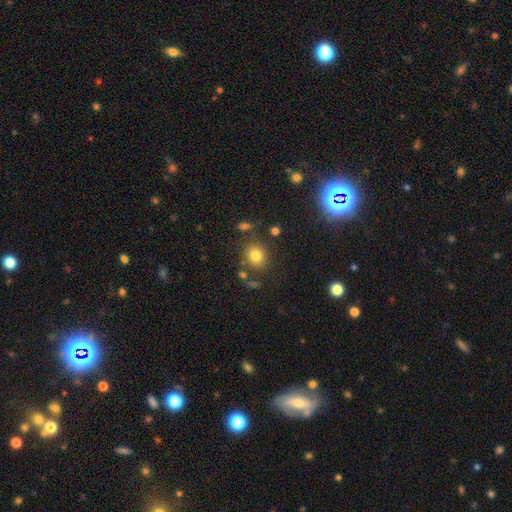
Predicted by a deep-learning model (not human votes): Overall: smooth (80%). How rounded: round (76%). Merging: none (79%).